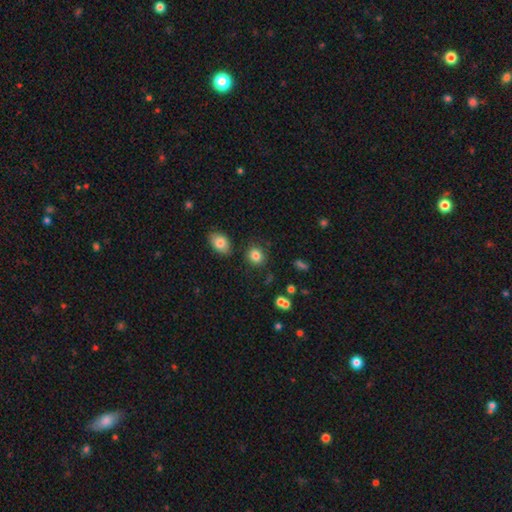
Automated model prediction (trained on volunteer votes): This appears to be a smooth galaxy with no disk features (83%) that is round (73%). Merging: none (83%).